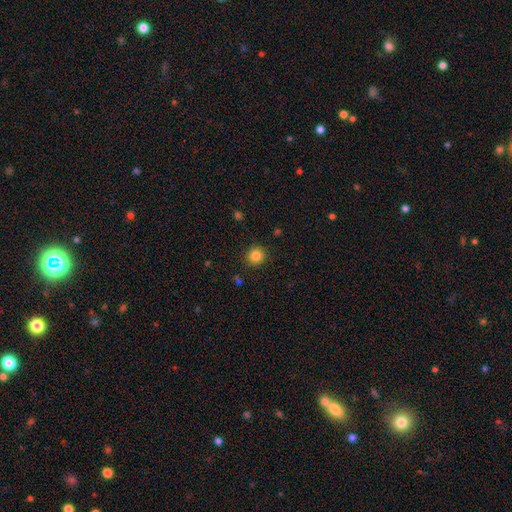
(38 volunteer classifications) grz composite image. It shows a smooth galaxy with no disk features (87%) that is round (94%). Merging: none (83%).